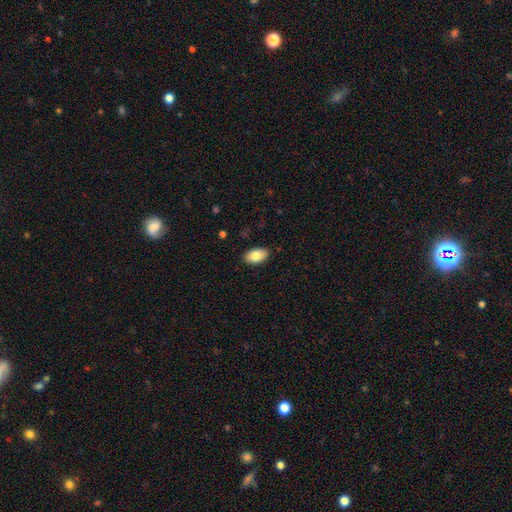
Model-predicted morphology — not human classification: smooth-or-featured: smooth: 81% | featured or disk: 12% | star or artifact: 7%
  how-rounded: in between: 94% | round: 5% | cigar-shaped: 1%
  merging: none: 88% | minor disturbance: 9% | major disturbance: 2% | merger: 1%